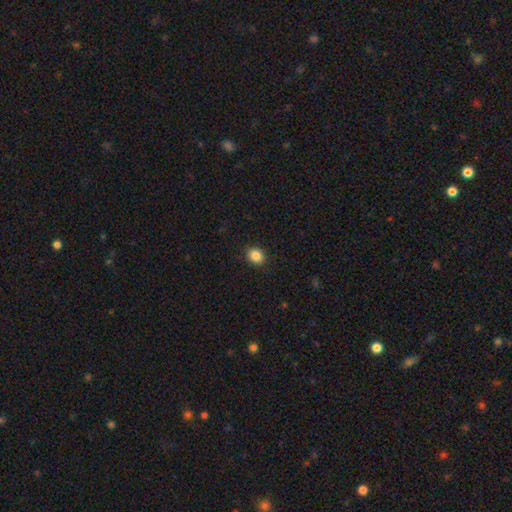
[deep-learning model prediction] Smooth or featured? Predicted: smooth (p=0.86). How rounded? Predicted: round (p=0.60). Merging? Predicted: none (p=0.90).